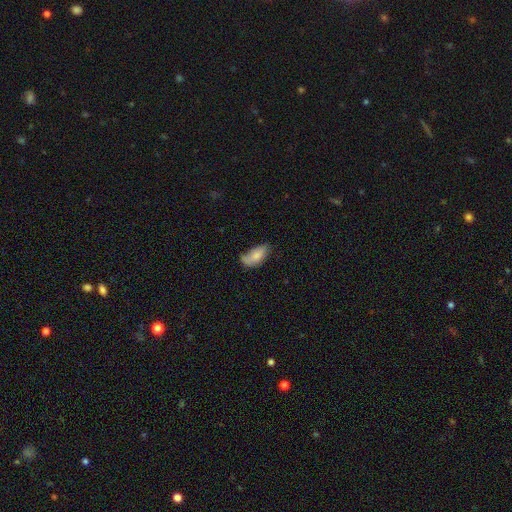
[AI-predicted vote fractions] smooth_or_featured: smooth (p=0.79) [alt: featured or disk p=0.14]
how_rounded: in between (p=0.92) [alt: cigar-shaped p=0.06]
merging: none (p=0.46) [alt: minor disturbance p=0.35]